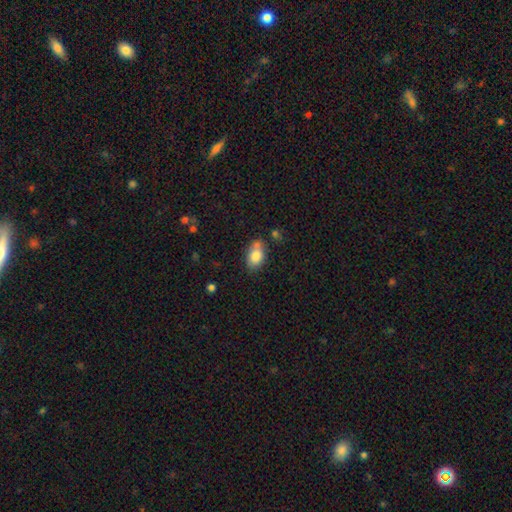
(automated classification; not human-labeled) smooth-or-featured: smooth: 82% | featured or disk: 10% | star or artifact: 8%
  how-rounded: in between: 86% | round: 13% | cigar-shaped: 2%
  merging: none: 59% | minor disturbance: 19% | merger: 17% | major disturbance: 4%